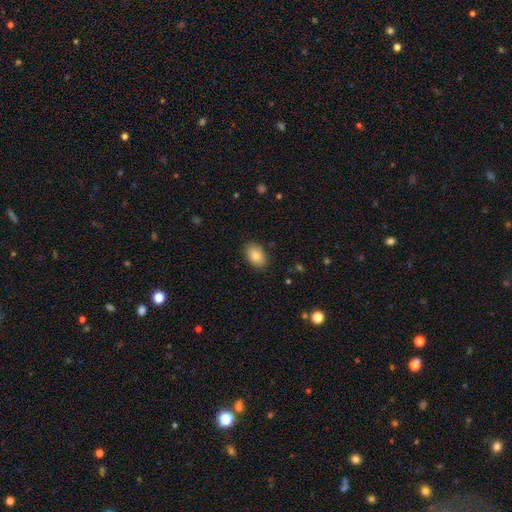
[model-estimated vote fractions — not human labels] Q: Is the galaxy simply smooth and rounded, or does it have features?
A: smooth — 84%.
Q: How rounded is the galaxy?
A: in between — 88%.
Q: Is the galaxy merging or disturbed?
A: none — 87%.